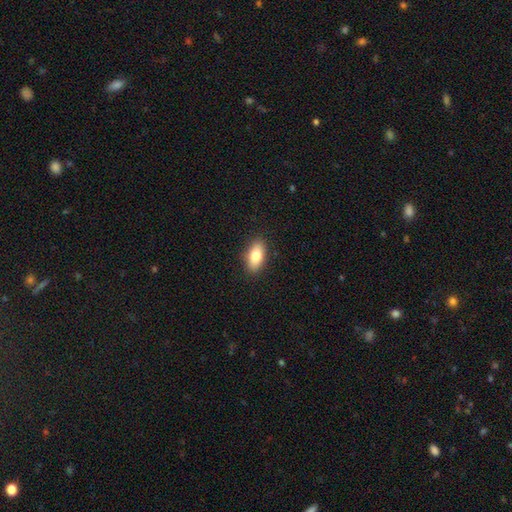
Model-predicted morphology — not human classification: Smooth or featured: smooth — 79% (featured or disk — 14%)
How rounded: in between — 88% (cigar-shaped — 8%)
Merging: none — 89% (minor disturbance — 8%)